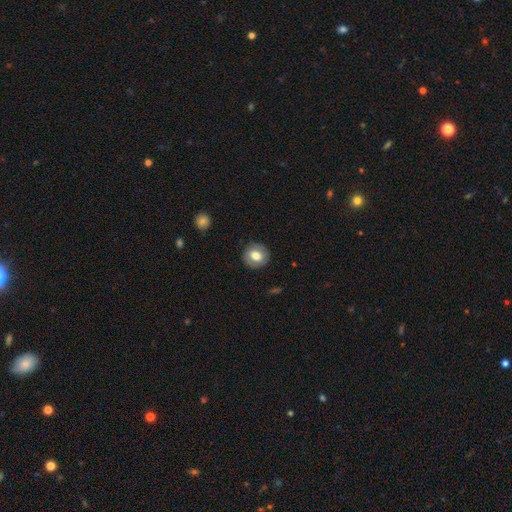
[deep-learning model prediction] Overall: smooth (73%). How rounded: round (79%). Merging: none (87%).